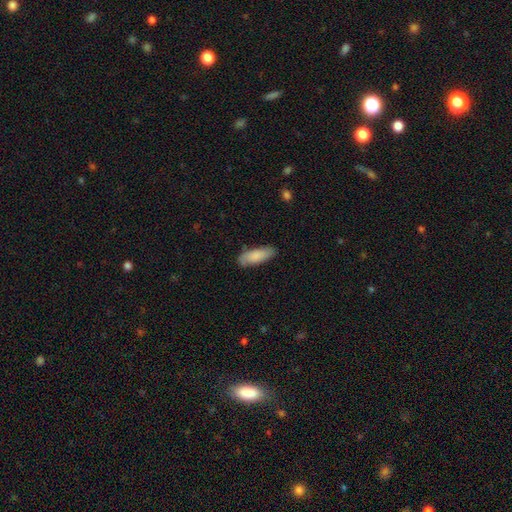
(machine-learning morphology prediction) Smooth or featured?
  - smooth: 82% *
  - featured or disk: 12%
  - star or artifact: 6%
How rounded?
  - in between: 67% *
  - cigar-shaped: 31%
  - round: 2%
Merging?
  - none: 77% *
  - minor disturbance: 18%
  - major disturbance: 3%
  - merger: 1%